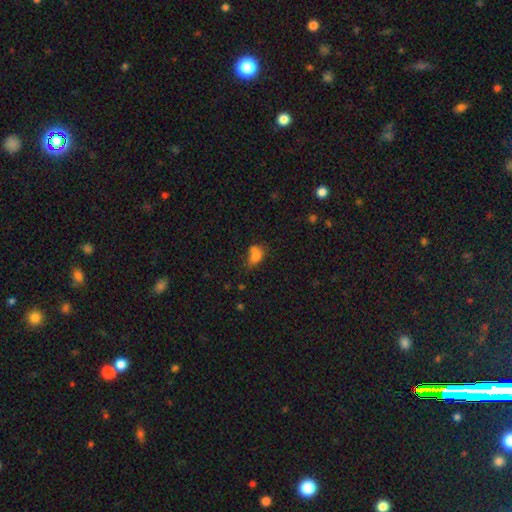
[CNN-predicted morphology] type=smooth (75%); roundness=in between (71%); merging=merger (41%).